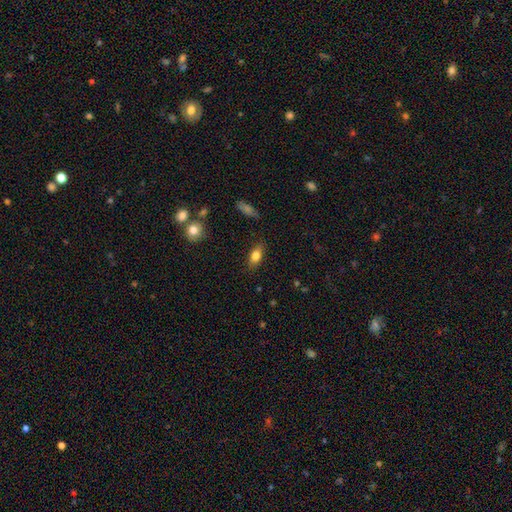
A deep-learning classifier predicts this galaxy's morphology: A smooth galaxy with no disk features (79%) that is in between round and cigar-shaped (82%).

Vote fractions:
- Smooth or featured? smooth: 79% / featured or disk: 13% / star or artifact: 9%
- How rounded? in between: 82% / cigar-shaped: 10% / round: 8%
- Merging? none: 82% / minor disturbance: 13% / major disturbance: 3% / merger: 2%